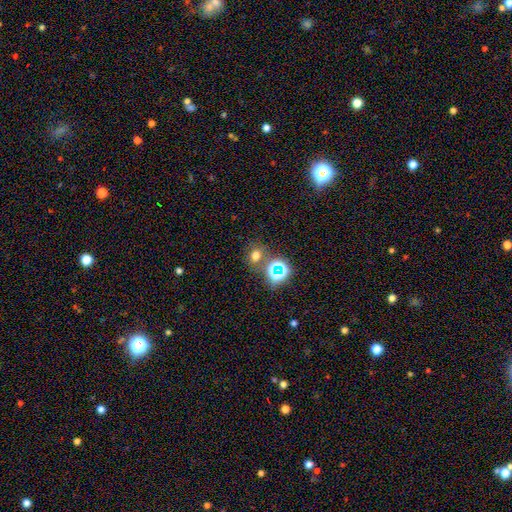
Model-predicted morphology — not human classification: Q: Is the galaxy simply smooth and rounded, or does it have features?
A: smooth — 62%.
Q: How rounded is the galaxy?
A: round — 66%.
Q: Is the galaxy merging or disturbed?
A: none — 71%.